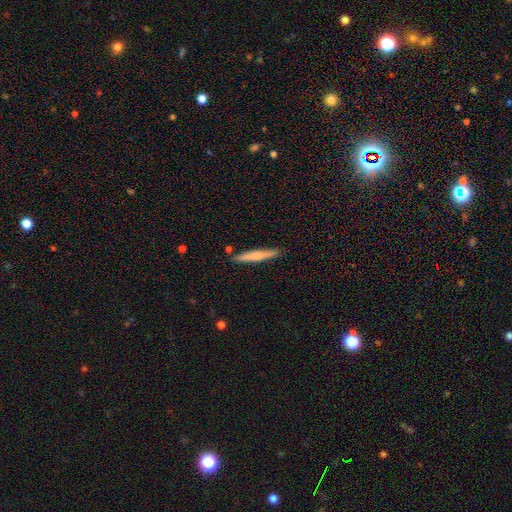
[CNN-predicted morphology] This appears to be a smooth galaxy with no disk features (62%) that is cigar-shaped (95%). Merging: none (87%).